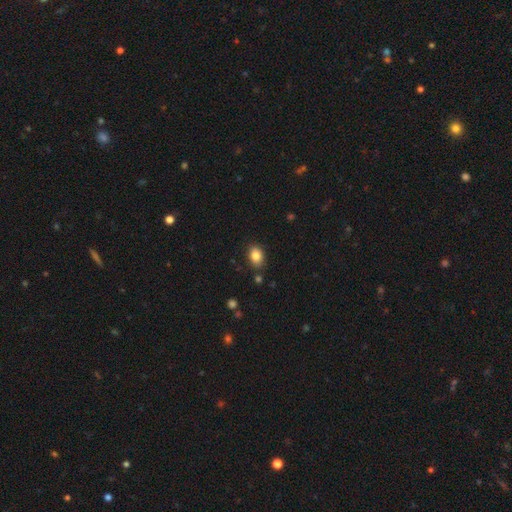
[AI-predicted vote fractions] smooth-or-featured: smooth: 84% | star or artifact: 9% | featured or disk: 7%
  how-rounded: in between: 79% | round: 20% | cigar-shaped: 1%
  merging: none: 84% | minor disturbance: 11% | merger: 3% | major disturbance: 2%